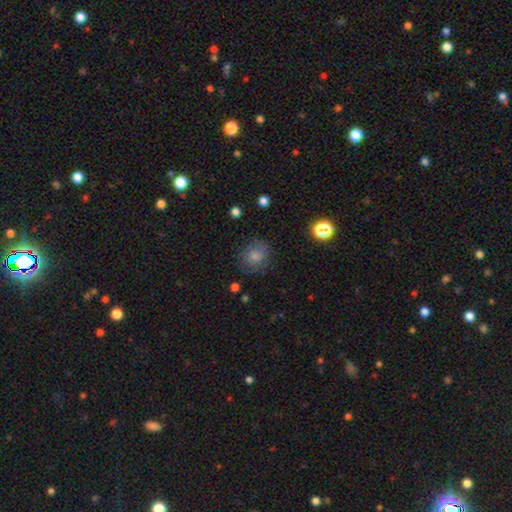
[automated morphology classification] Smooth or featured: smooth — 67% (star or artifact — 17%)
How rounded: round — 75% (in between — 24%)
Merging: none — 80% (minor disturbance — 14%)